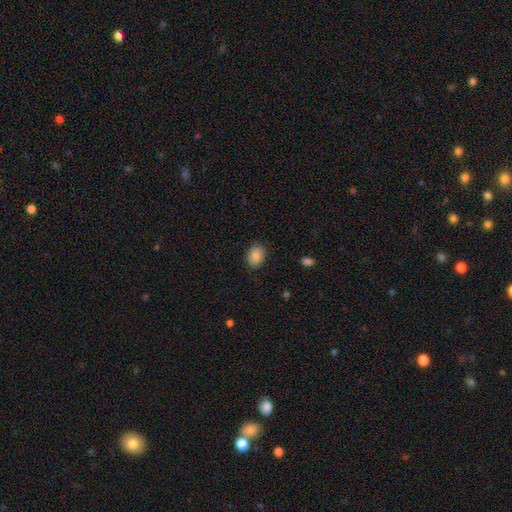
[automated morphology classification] Smooth or featured? smooth (88%)
How rounded? in between (71%)
Merging? none (86%)